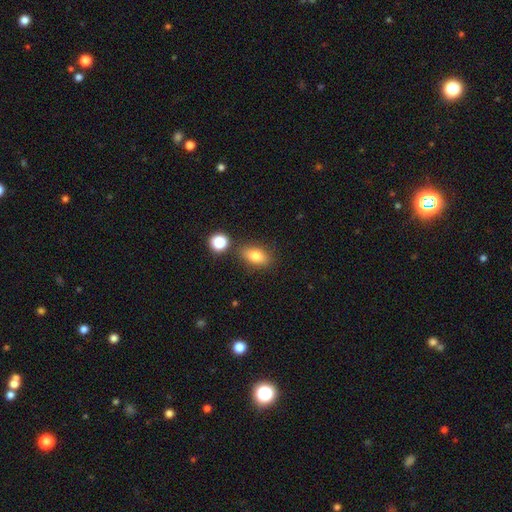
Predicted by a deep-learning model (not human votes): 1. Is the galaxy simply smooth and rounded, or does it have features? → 78% smooth, 12% featured or disk, 10% star or artifact.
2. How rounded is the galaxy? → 81% in between, 11% round, 7% cigar-shaped.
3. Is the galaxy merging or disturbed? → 78% none, 12% minor disturbance, 7% merger, 3% major disturbance.